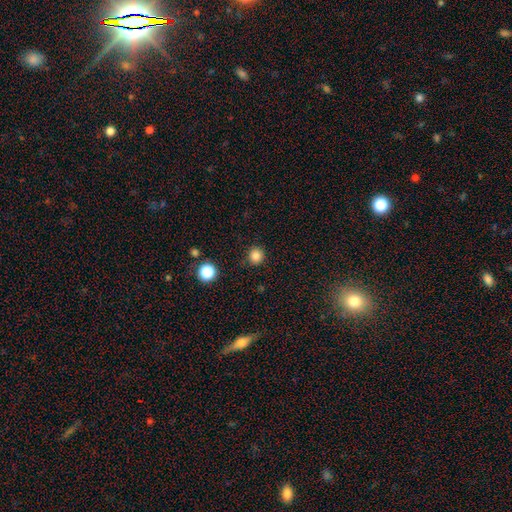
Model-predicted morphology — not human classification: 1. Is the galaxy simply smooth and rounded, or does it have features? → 83% smooth, 13% star or artifact, 4% featured or disk.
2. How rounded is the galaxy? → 91% round, 8% in between, 1% cigar-shaped.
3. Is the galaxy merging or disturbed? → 88% none, 7% minor disturbance, 2% major disturbance, 2% merger.